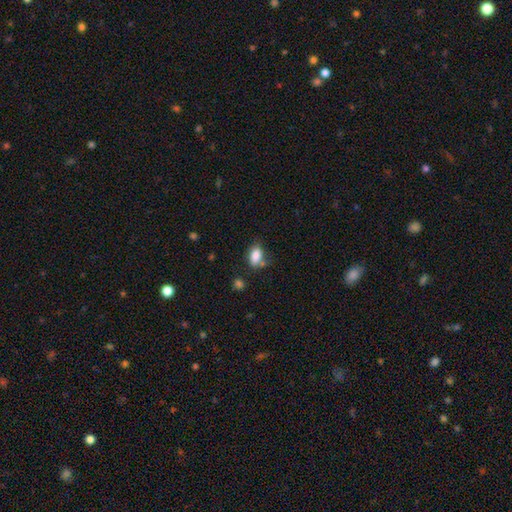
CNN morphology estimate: type=smooth (85%); roundness=in between (87%); merging=none (61%).